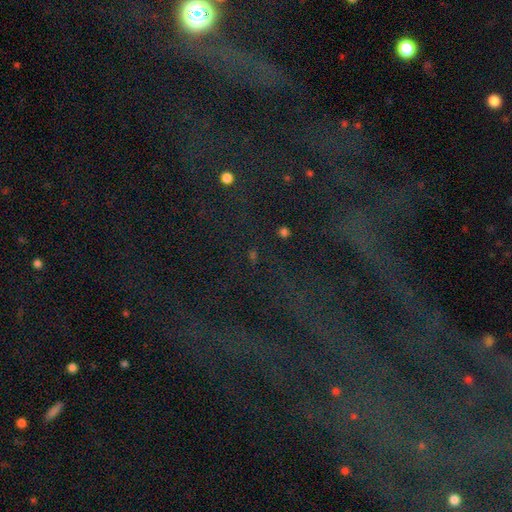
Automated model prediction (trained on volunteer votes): This is clearly a star or artifact rather than a galaxy (80%).